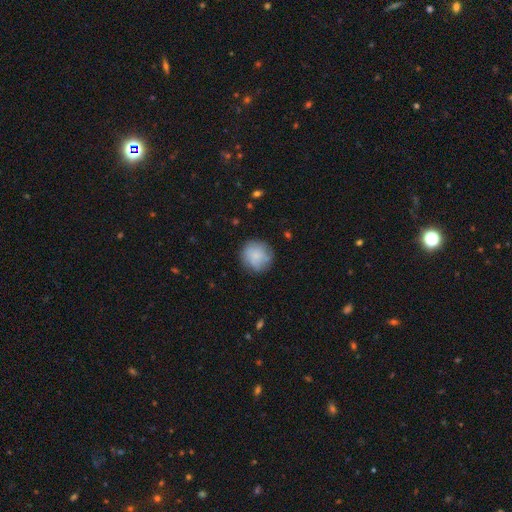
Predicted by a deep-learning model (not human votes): Smooth or featured: smooth — 73% (featured or disk — 19%)
How rounded: round — 91% (in between — 8%)
Merging: none — 76% (minor disturbance — 17%)